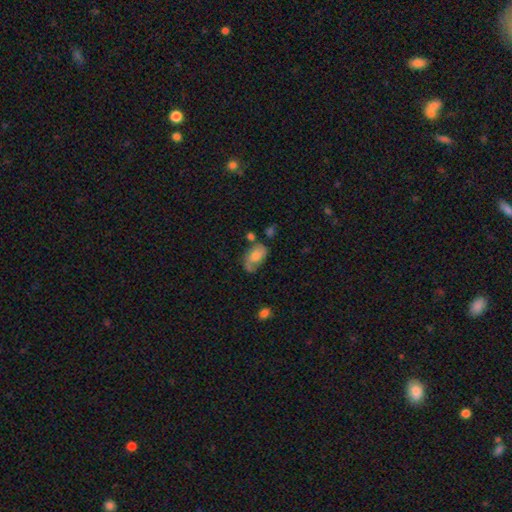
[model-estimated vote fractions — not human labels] A featured or disk galaxy (47%).

Vote fractions:
- Smooth or featured? featured or disk: 47% / smooth: 45% / star or artifact: 8%
- Merging? none: 47% / minor disturbance: 29% / major disturbance: 15% / merger: 9%